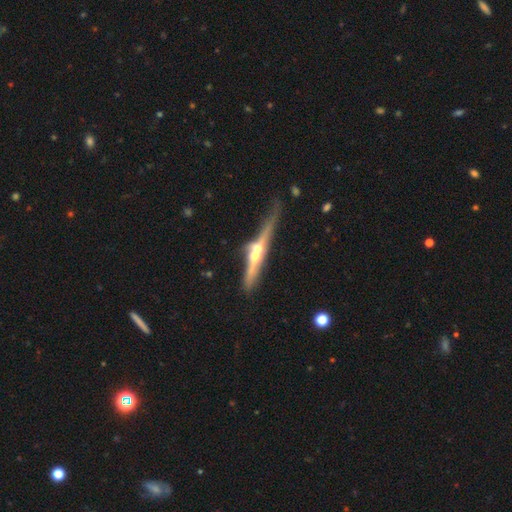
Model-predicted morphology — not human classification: featured or disk 73%, smooth 20%, star or artifact 7%. Down the decision tree: edge-on disk — yes (94%); edge-on bulge — rounded (81%); merging — none (52%).